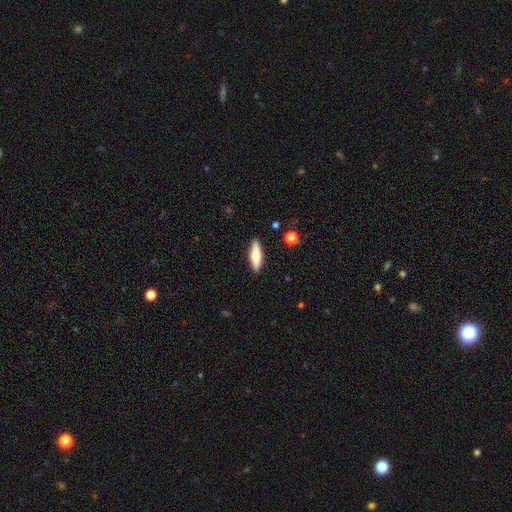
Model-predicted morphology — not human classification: A smooth galaxy with no disk features (67%) that is cigar-shaped (57%).

Vote fractions:
- Smooth or featured? smooth: 67% / featured or disk: 27% / star or artifact: 6%
- How rounded? cigar-shaped: 57% / in between: 41% / round: 2%
- Merging? none: 89% / minor disturbance: 8% / major disturbance: 2% / merger: 1%